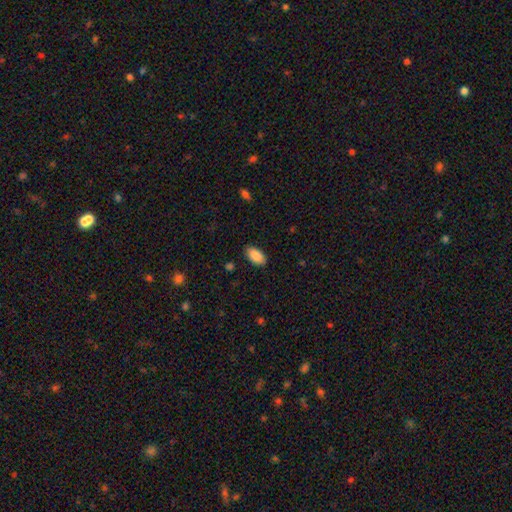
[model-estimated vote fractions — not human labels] This is clearly a smooth galaxy (89%). How rounded: clearly in between (94%). Merging: clearly none (87%).